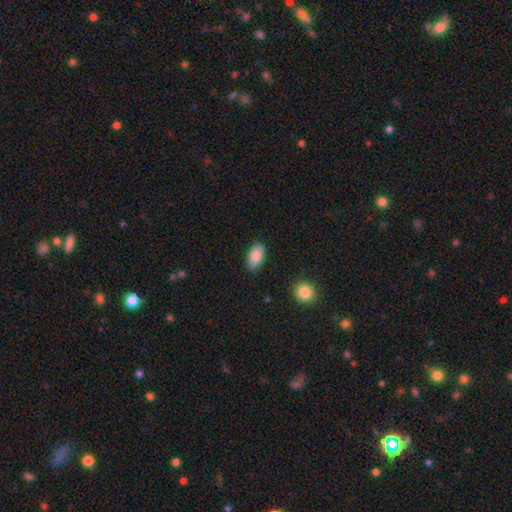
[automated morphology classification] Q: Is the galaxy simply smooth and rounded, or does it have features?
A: smooth — 85%.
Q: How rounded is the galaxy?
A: in between — 93%.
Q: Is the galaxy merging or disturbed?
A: none — 86%.